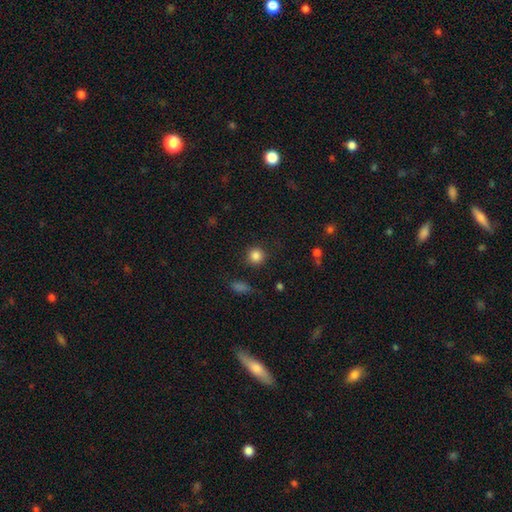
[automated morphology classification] Smooth or featured: smooth — 85% (star or artifact — 11%)
How rounded: round — 93% (in between — 6%)
Merging: none — 87% (minor disturbance — 8%)